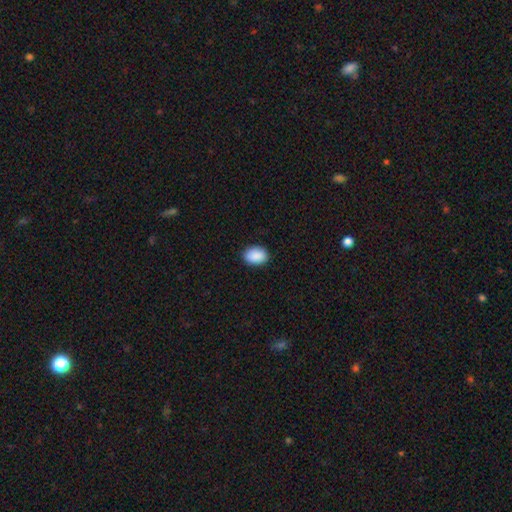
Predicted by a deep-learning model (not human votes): Morphology: type=smooth (91%); roundness=in between (82%); merging=none (89%).